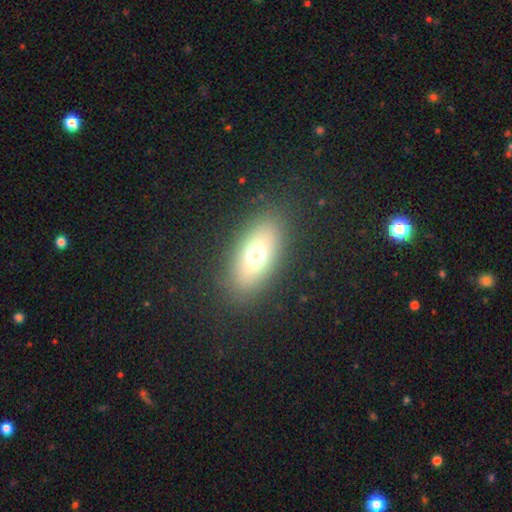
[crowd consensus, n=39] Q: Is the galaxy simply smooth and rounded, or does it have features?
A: smooth — 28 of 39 (72%).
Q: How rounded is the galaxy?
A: in between — 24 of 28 (86%).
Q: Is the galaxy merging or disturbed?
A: none — 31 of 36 (86%).